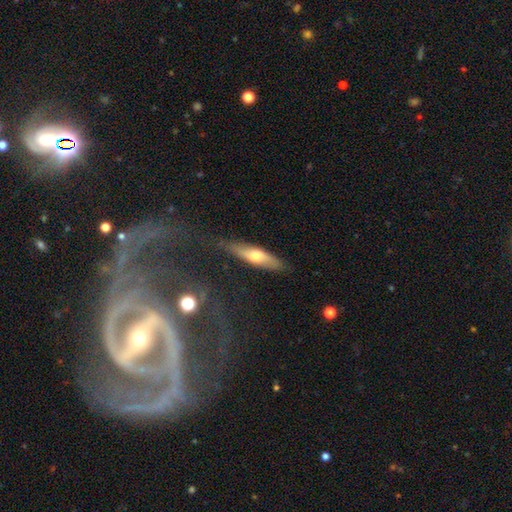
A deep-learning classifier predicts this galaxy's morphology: smooth_or_featured: smooth (p=0.53) [alt: featured or disk p=0.40]
how_rounded: cigar-shaped (p=0.70) [alt: in between p=0.28]
merging: none (p=0.81) [alt: minor disturbance p=0.14]